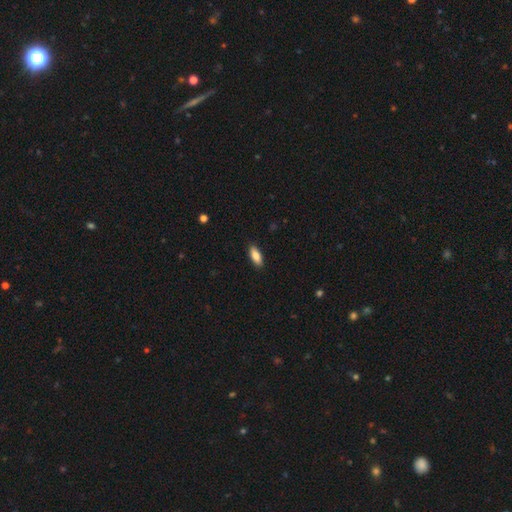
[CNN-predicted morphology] type=smooth (85%); roundness=in between (80%); merging=none (89%).